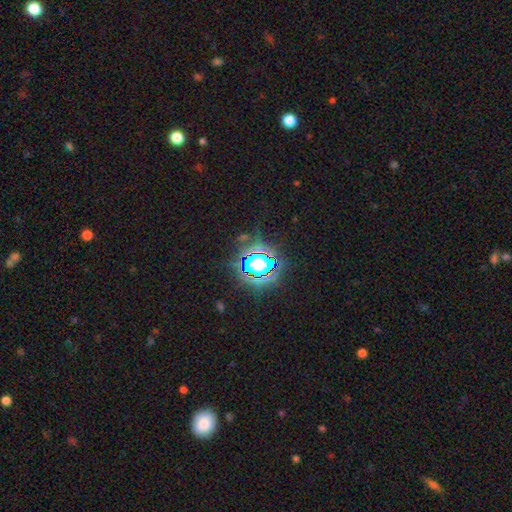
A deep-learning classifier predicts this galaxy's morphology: Smooth or featured: star or artifact — 74% (smooth — 16%)